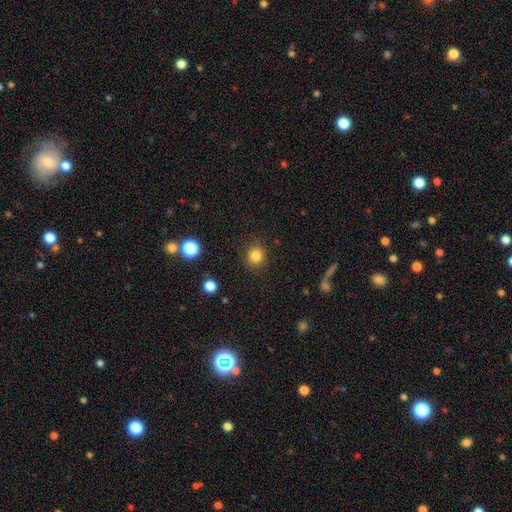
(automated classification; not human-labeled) The model was most divided on "smooth or featured": smooth: 83%, star or artifact: 12%, featured or disk: 5%. More confident: how rounded — round (89%); merging — none (89%).